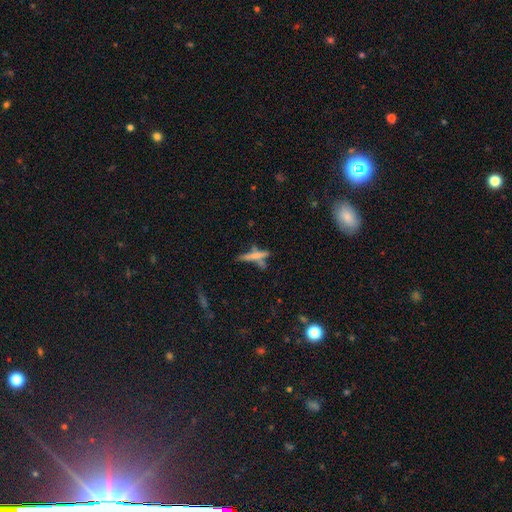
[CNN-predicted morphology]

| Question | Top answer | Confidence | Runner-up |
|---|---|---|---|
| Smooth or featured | smooth | 53% | featured or disk (37%) |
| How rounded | cigar-shaped | 88% | in between (9%) |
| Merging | none | 55% | merger (21%) |